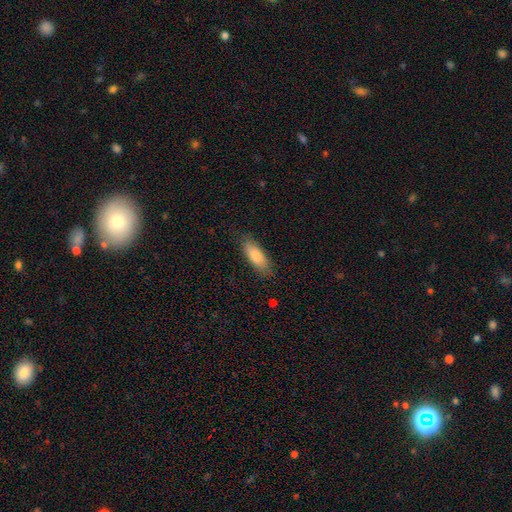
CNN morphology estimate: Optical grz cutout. It shows a smooth galaxy with no disk features (84%) that is in between round and cigar-shaped (69%). Merging: none (82%).